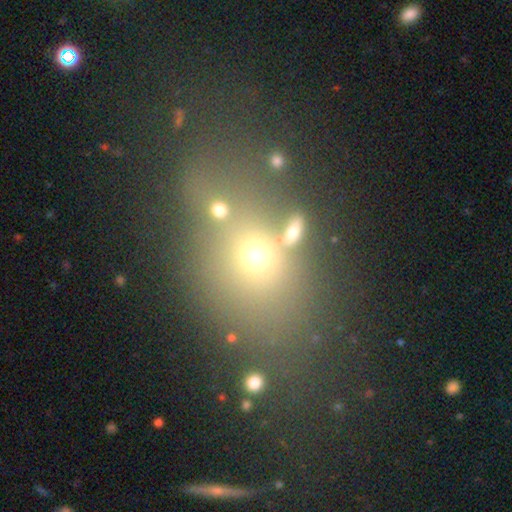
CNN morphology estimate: Smooth or featured? smooth (56%)
How rounded? in between (54%)
Merging? none (56%)